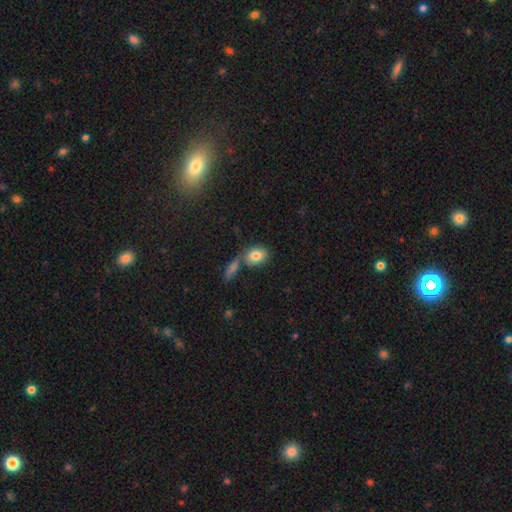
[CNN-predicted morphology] A smooth galaxy with no disk features (81%) that is in between round and cigar-shaped (68%). Merging: none (56%).